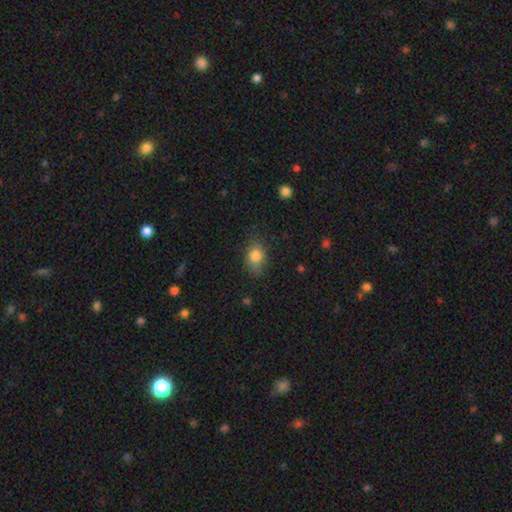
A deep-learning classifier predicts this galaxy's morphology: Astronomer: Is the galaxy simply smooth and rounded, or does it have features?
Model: smooth — 81%.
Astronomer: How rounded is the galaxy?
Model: in between — 72%.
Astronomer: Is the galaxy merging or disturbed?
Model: none — 72%.